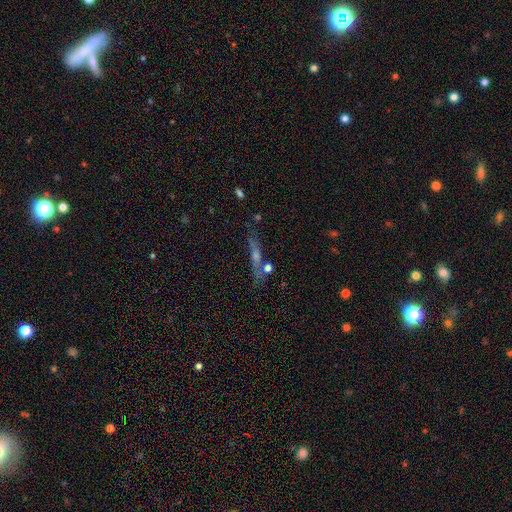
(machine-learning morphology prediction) smooth_or_featured: featured or disk (p=0.50) [alt: smooth p=0.31]
merging: none (p=0.65) [alt: minor disturbance p=0.15]